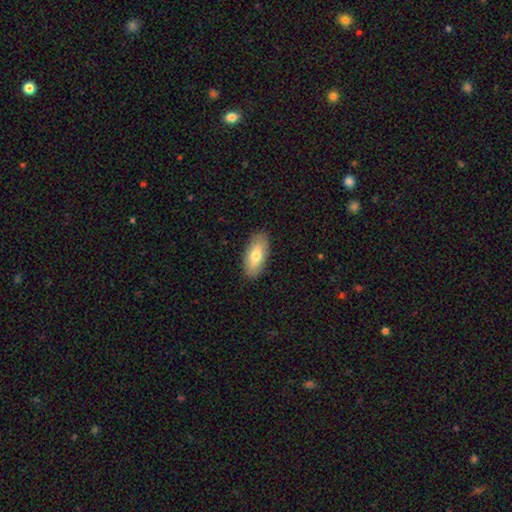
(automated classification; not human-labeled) The model was most divided on "smooth or featured": smooth: 74%, featured or disk: 20%, star or artifact: 6%. More confident: how rounded — in between (89%); merging — none (88%).